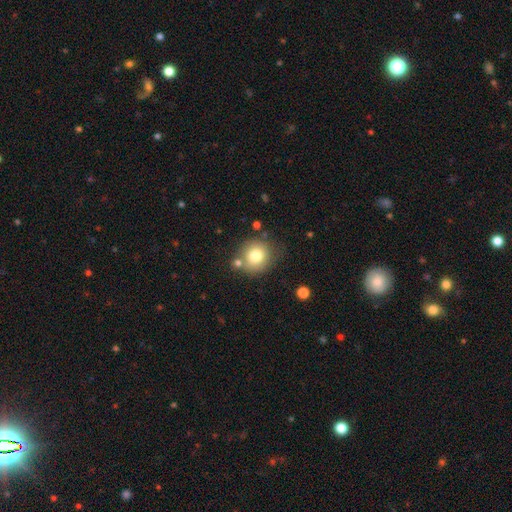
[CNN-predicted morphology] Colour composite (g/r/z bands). It shows a smooth galaxy with no disk features (77%) that is round (86%). Merging: none (71%).